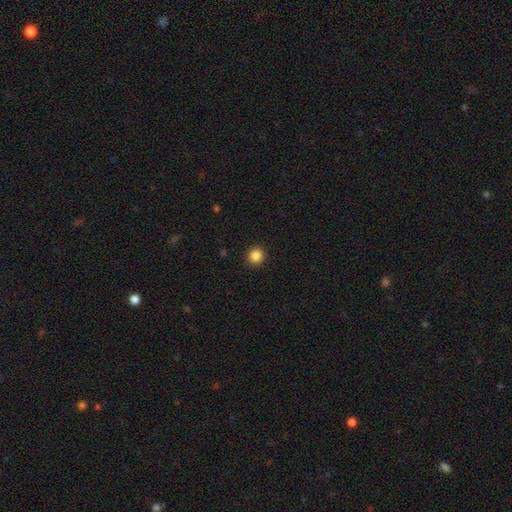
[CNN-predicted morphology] Overall: smooth (86%). How rounded: round (93%). Merging: none (93%).